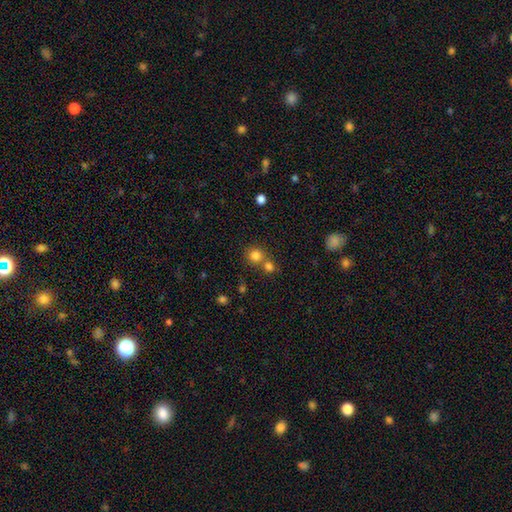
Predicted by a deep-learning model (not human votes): Morphology: type=smooth (80%); roundness=round (90%); merging=none (57%).